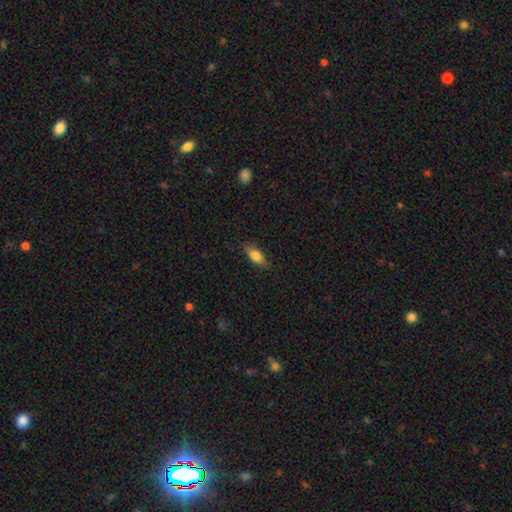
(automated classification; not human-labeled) The model was most divided on "how rounded": in between: 77%, cigar-shaped: 19%, round: 4%. More confident: merging — none (81%); smooth or featured — smooth (77%).